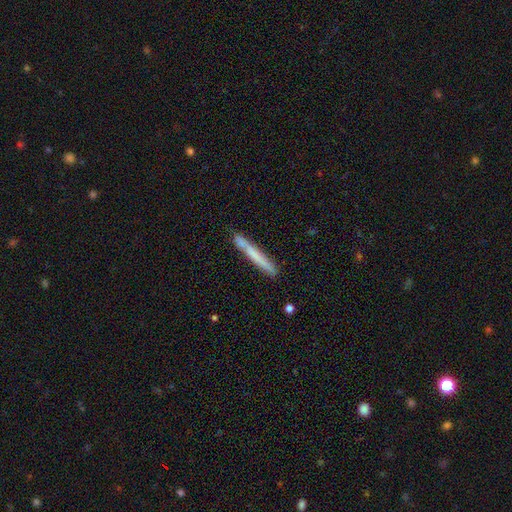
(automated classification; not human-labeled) Q: Smooth or featured?
A: smooth (63%); runner-up: featured or disk (31%)
Q: How rounded?
A: cigar-shaped (96%); runner-up: in between (2%)
Q: Merging?
A: none (78%); runner-up: minor disturbance (14%)